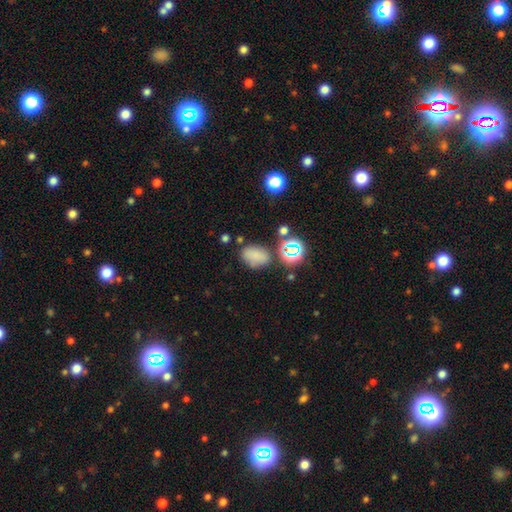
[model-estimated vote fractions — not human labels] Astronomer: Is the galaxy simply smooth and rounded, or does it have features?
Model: smooth — 72%.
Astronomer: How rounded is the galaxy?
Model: in between — 76%.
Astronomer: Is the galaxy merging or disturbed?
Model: none — 66%.